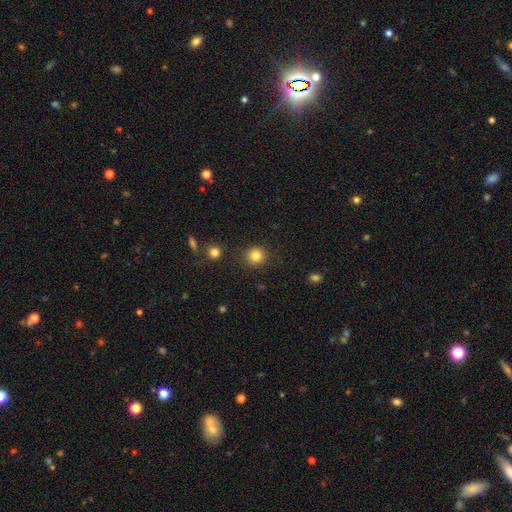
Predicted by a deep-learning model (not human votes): This appears to be a smooth galaxy with no disk features (83%) that is round (89%). Merging: none (88%).